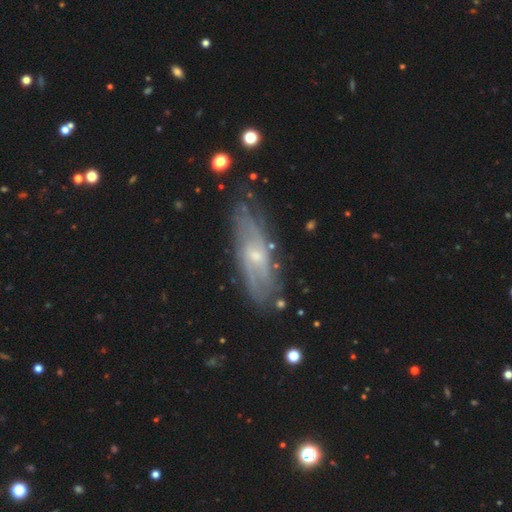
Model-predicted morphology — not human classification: Q: Smooth or featured?
A: featured or disk (70%); runner-up: smooth (22%)
Q: Edge-on disk?
A: no (74%); runner-up: yes (26%)
Q: Bar?
A: no (63%); runner-up: weak (31%)
Q: Spiral arms?
A: yes (75%); runner-up: no (25%)
Q: Bulge size?
A: small (67%); runner-up: moderate (27%)
Q: Merging?
A: none (74%); runner-up: minor disturbance (19%)